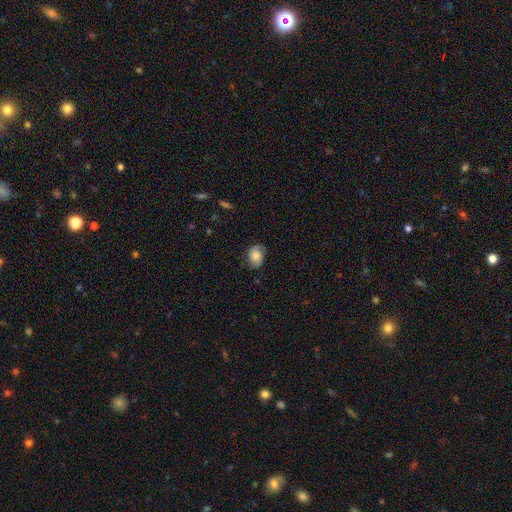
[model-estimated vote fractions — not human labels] A smooth galaxy with no disk features (61%) that is in between round and cigar-shaped (65%). Merging: none (71%).